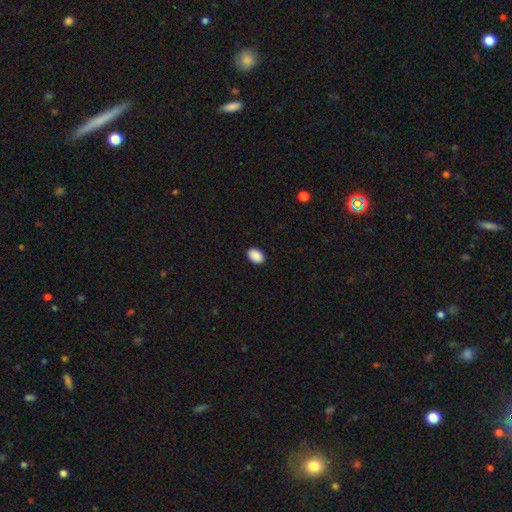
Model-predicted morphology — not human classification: Smooth or featured? Predicted: smooth (p=0.90). How rounded? Predicted: in between (p=0.80). Merging? Predicted: none (p=0.90).